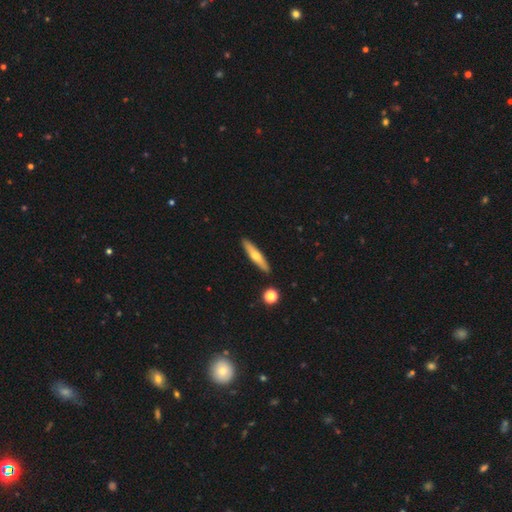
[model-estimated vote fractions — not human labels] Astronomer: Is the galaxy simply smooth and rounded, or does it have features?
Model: smooth — 50% (runner-up: featured or disk, 43%).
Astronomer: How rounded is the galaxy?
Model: cigar-shaped — 85%.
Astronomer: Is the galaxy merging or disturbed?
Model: none — 90%.